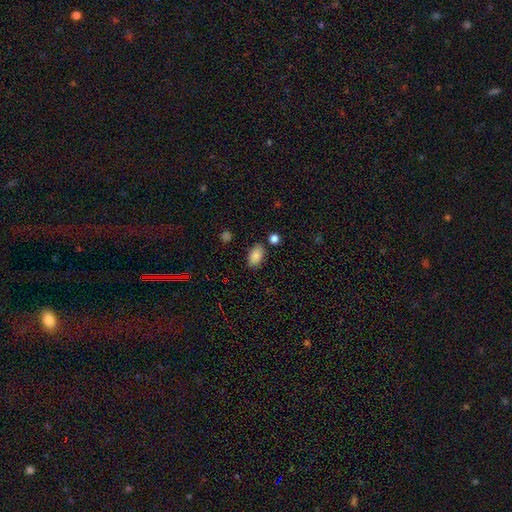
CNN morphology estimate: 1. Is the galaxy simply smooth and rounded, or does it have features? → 87% smooth, 9% star or artifact, 5% featured or disk.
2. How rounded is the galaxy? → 91% in between, 7% round, 2% cigar-shaped.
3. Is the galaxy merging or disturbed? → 81% none, 12% minor disturbance, 4% merger, 3% major disturbance.